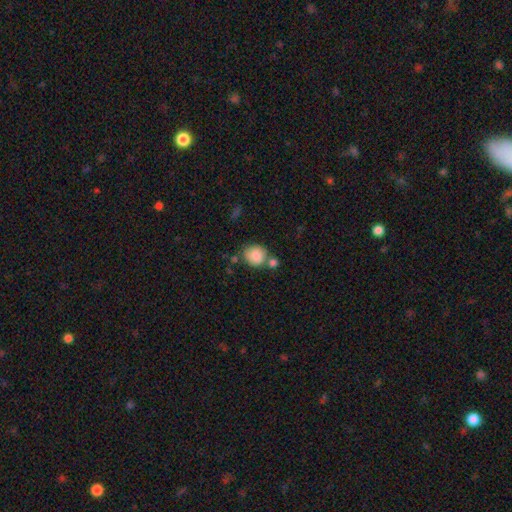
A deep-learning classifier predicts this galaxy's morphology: A smooth galaxy with no disk features (85%) that is round (81%).

Vote fractions:
- Smooth or featured? smooth: 85% / star or artifact: 8% / featured or disk: 7%
- How rounded? round: 81% / in between: 18% / cigar-shaped: 1%
- Merging? none: 59% / merger: 24% / minor disturbance: 13% / major disturbance: 4%